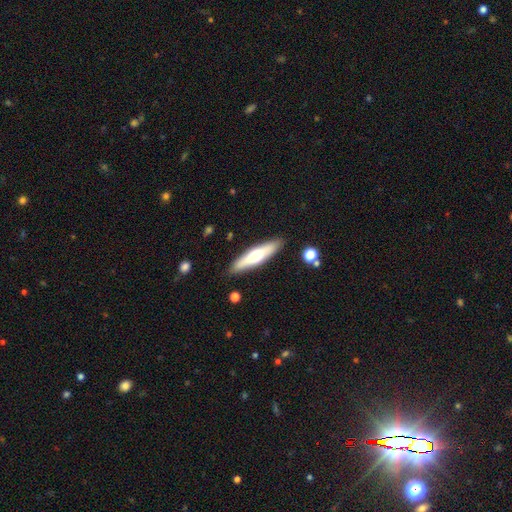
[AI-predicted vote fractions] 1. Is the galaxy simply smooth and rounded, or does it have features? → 56% smooth, 38% featured or disk, 5% star or artifact.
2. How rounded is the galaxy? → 76% cigar-shaped, 23% in between, 1% round.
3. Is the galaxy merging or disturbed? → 88% none, 9% minor disturbance, 2% major disturbance, 2% merger.